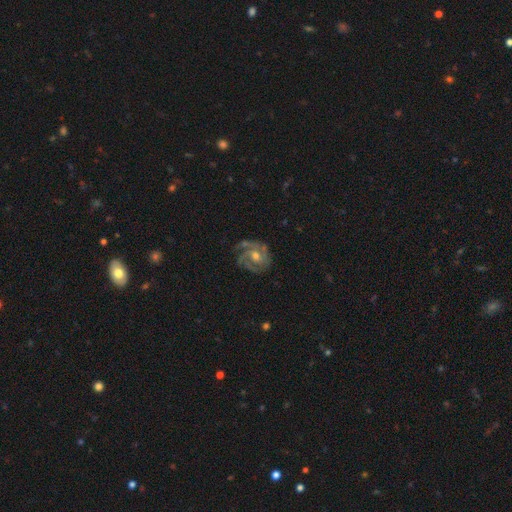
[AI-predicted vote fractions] Morphology: type=featured or disk (86%); edge-on=no (98%); bar=no (63%); spiral arms=yes (95%); winding=tight (55%); arm count=3 (38%); bulge=moderate (68%); merging=none (65%).